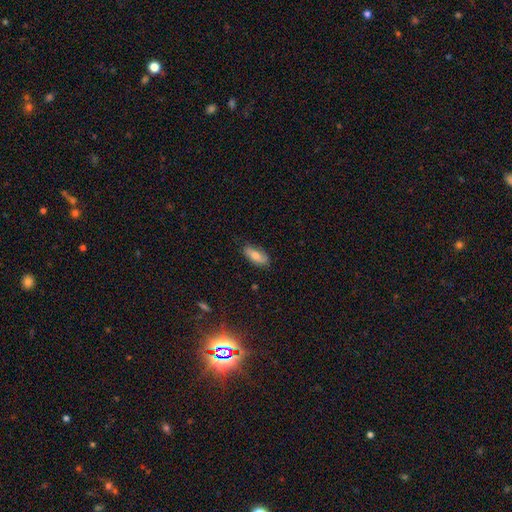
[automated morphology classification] smooth_or_featured: smooth (p=0.77) [alt: featured or disk p=0.17]
how_rounded: in between (p=0.82) [alt: cigar-shaped p=0.15]
merging: none (p=0.80) [alt: minor disturbance p=0.16]